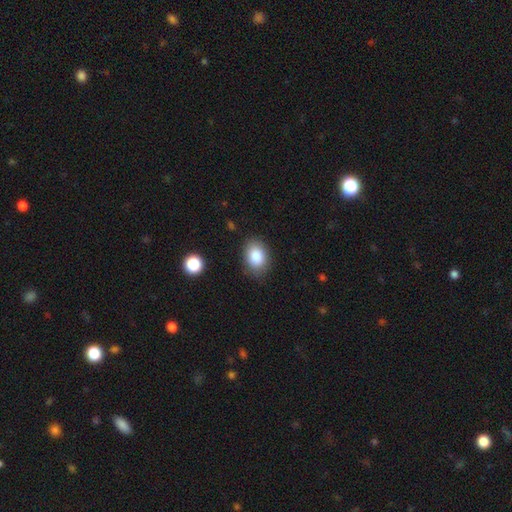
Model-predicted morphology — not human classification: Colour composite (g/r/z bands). It shows a smooth galaxy with no disk features (84%) that is in between round and cigar-shaped (77%). Merging: none (84%).